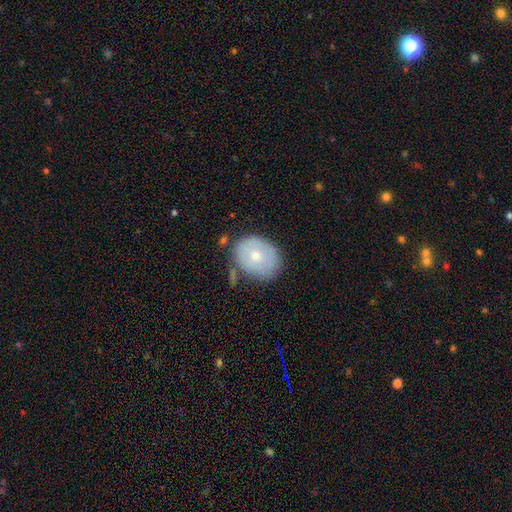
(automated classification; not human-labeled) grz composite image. It shows a smooth galaxy with no disk features (65%) that is in between round and cigar-shaped (55%). Merging: none (70%).